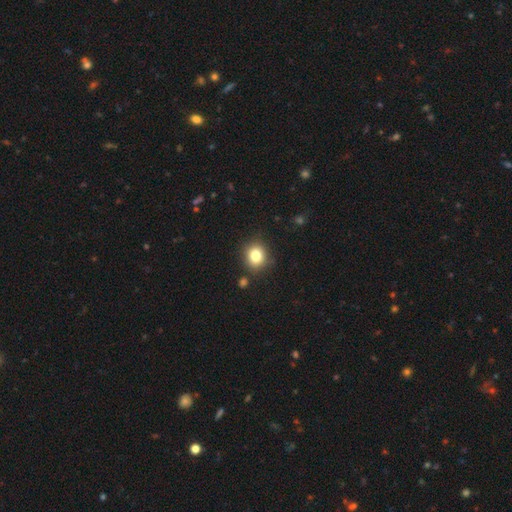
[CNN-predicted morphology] A smooth galaxy with no disk features (80%) that is round (80%). Merging: none (85%).